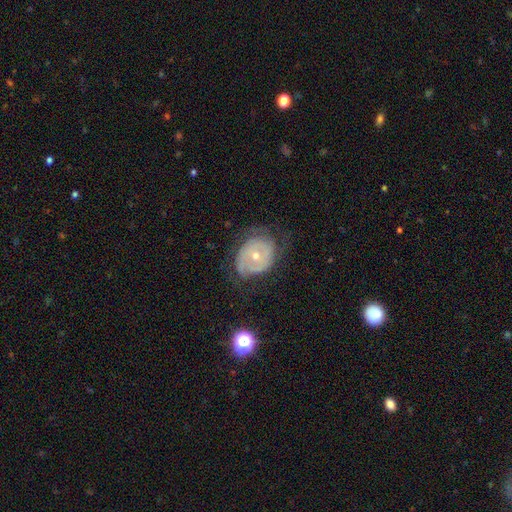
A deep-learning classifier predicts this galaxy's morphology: A featured or disk galaxy (73%) with no bar (76%), tight (62%) spiral arms (76%) and a small central bulge (53%).

Vote fractions:
- Smooth or featured? featured or disk: 73% / smooth: 20% / star or artifact: 7%
- Edge-on disk? no: 97% / yes: 3%
- Bar? no: 76% / weak: 19% / strong: 5%
- Spiral arms? yes: 76% / no: 24%
- Spiral winding? tight: 62% / medium: 26% / loose: 11%
- Spiral arm count? can't tell: 40% / 2: 36% / 3: 9% / 1: 9% / 4: 3% / more than 4: 3%
- Bulge size? small: 53% / moderate: 44% / large: 1% / none: 1% / dominant: 1%
- Merging? none: 54% / minor disturbance: 26% / major disturbance: 18% / merger: 2%